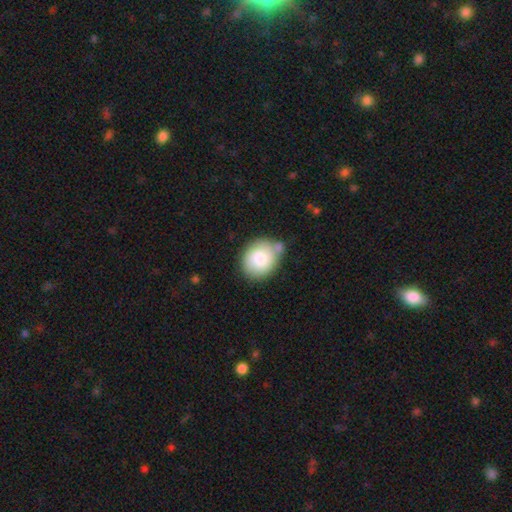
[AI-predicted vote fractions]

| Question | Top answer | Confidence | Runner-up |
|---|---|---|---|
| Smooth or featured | smooth | 78% | featured or disk (15%) |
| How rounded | round | 57% | in between (42%) |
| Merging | none | 63% | minor disturbance (20%) |